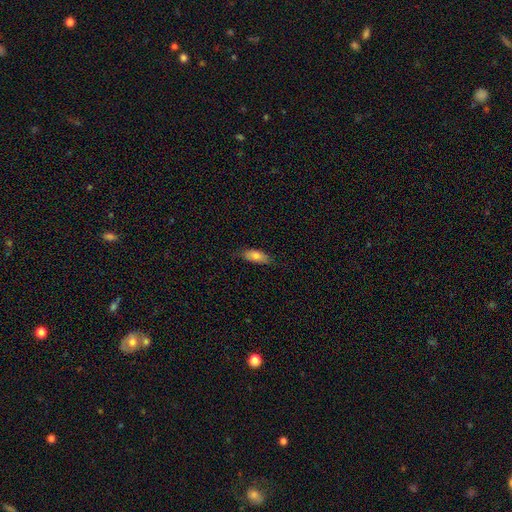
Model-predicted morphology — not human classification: Smooth or featured?
  - smooth: 77% *
  - featured or disk: 16%
  - star or artifact: 7%
How rounded?
  - in between: 79% *
  - cigar-shaped: 18%
  - round: 2%
Merging?
  - none: 71% *
  - minor disturbance: 23%
  - major disturbance: 4%
  - merger: 1%